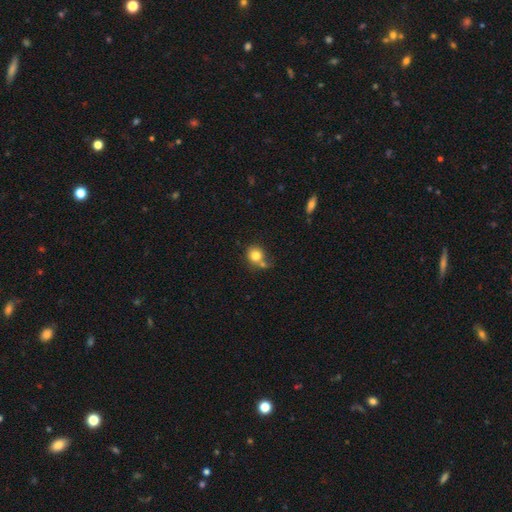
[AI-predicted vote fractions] Morphology: type=smooth (80%); roundness=round (83%); merging=none (54%).